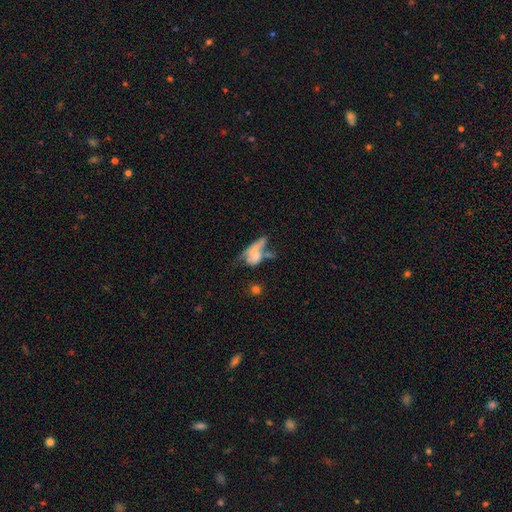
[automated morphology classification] A smooth galaxy with no disk features (50%) that is in between round and cigar-shaped (69%).

Vote fractions:
- Smooth or featured? smooth: 50% / featured or disk: 38% / star or artifact: 11%
- How rounded? in between: 69% / cigar-shaped: 17% / round: 13%
- Merging? merger: 42% / major disturbance: 25% / none: 19% / minor disturbance: 14%